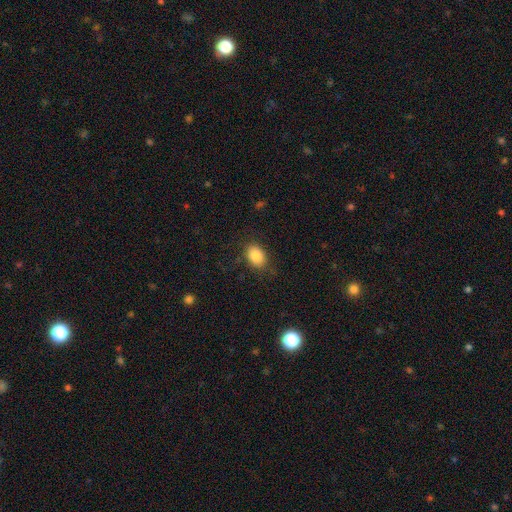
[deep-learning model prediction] Smooth or featured? Predicted: smooth (p=0.86). How rounded? Predicted: in between (p=0.76). Merging? Predicted: none (p=0.80).